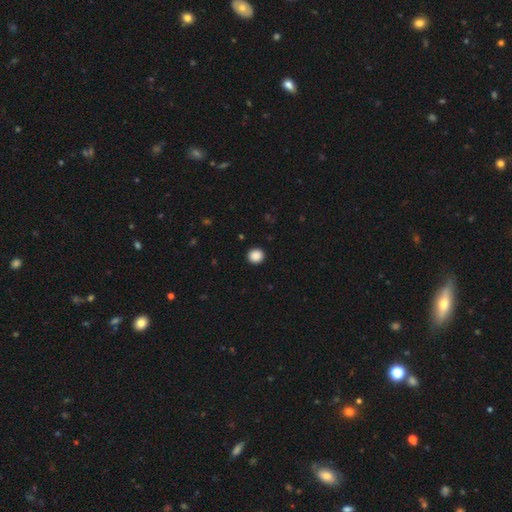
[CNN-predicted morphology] A smooth galaxy with no disk features (89%) that is round (91%). Merging: none (93%).